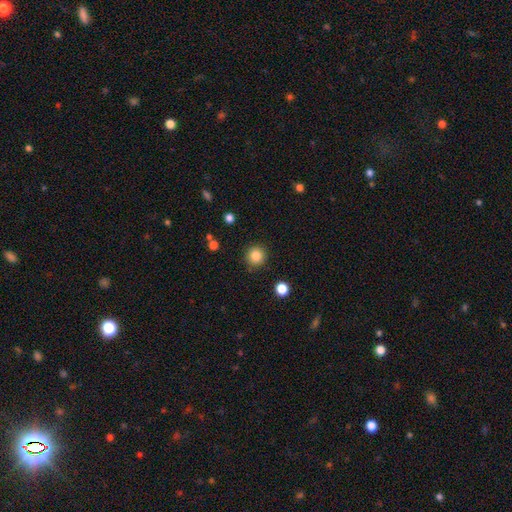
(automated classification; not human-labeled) Q: Smooth or featured?
A: smooth (85%); runner-up: star or artifact (10%)
Q: How rounded?
A: round (94%); runner-up: in between (5%)
Q: Merging?
A: none (90%); runner-up: minor disturbance (6%)